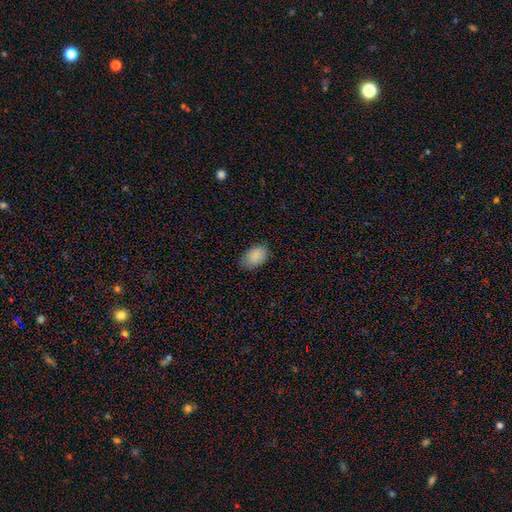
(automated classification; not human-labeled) The model was most divided on "merging": none: 75%, minor disturbance: 20%, major disturbance: 4%, merger: 1%. More confident: smooth or featured — smooth (88%); how rounded — in between (87%).